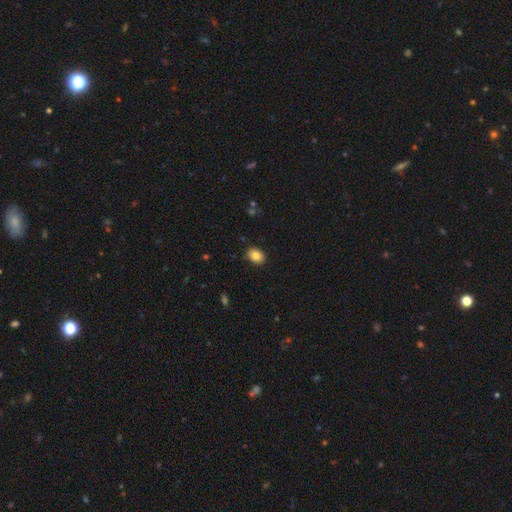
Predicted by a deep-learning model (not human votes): smooth_or_featured: smooth (p=0.84) [alt: star or artifact p=0.08]
how_rounded: in between (p=0.76) [alt: round p=0.23]
merging: none (p=0.88) [alt: minor disturbance p=0.08]